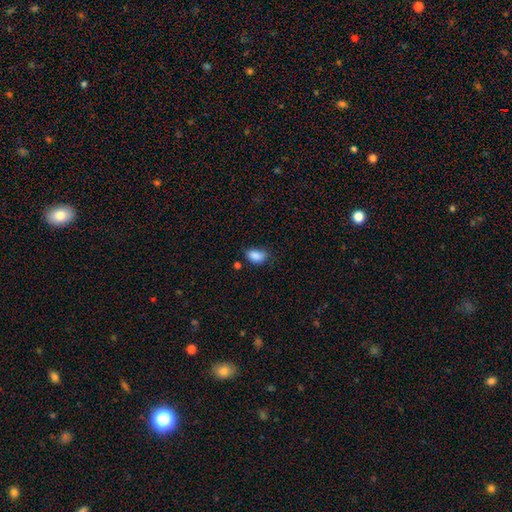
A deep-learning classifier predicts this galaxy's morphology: Smooth or featured: smooth — 86% (star or artifact — 9%)
How rounded: in between — 87% (round — 11%)
Merging: none — 58% (minor disturbance — 31%)